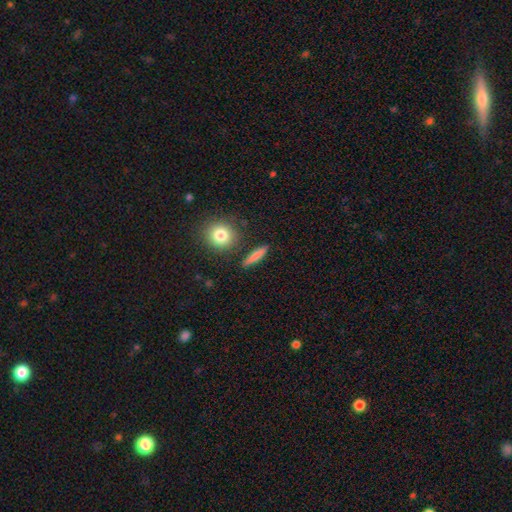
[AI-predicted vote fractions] Smooth or featured? Predicted: smooth (p=0.76). How rounded? Predicted: cigar-shaped (p=0.77). Merging? Predicted: none (p=0.87).